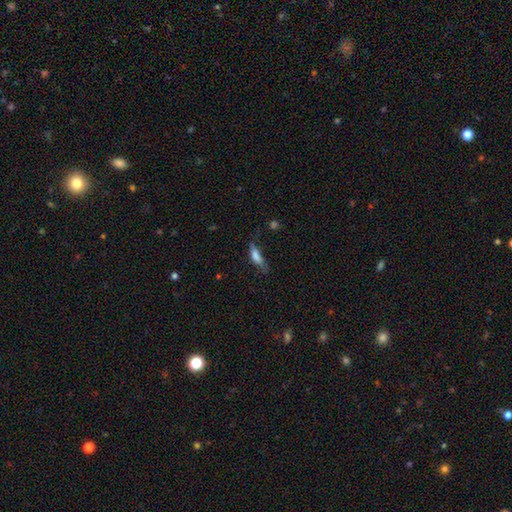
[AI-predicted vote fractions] A smooth galaxy with no disk features (69%) that is cigar-shaped (51%).

Vote fractions:
- Smooth or featured? smooth: 69% / featured or disk: 22% / star or artifact: 9%
- How rounded? cigar-shaped: 51% / in between: 46% / round: 3%
- Merging? none: 45% / minor disturbance: 31% / major disturbance: 20% / merger: 4%